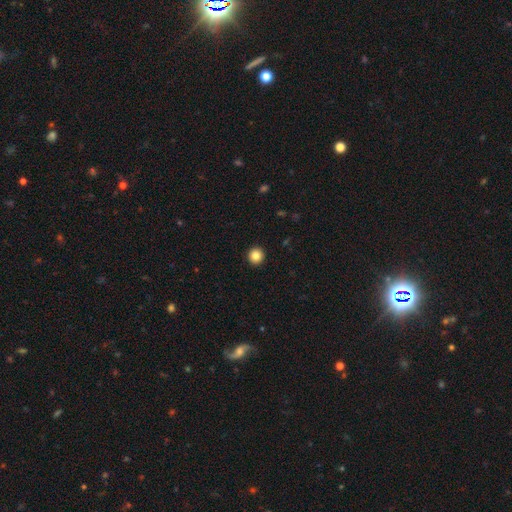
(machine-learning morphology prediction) Smooth or featured? Predicted: smooth (p=0.85). How rounded? Predicted: round (p=0.95). Merging? Predicted: none (p=0.94).